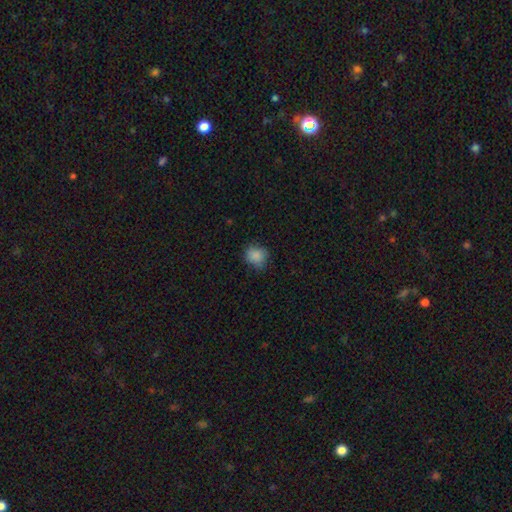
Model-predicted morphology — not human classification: A smooth galaxy with no disk features (85%) that is round (80%). Merging: none (75%).